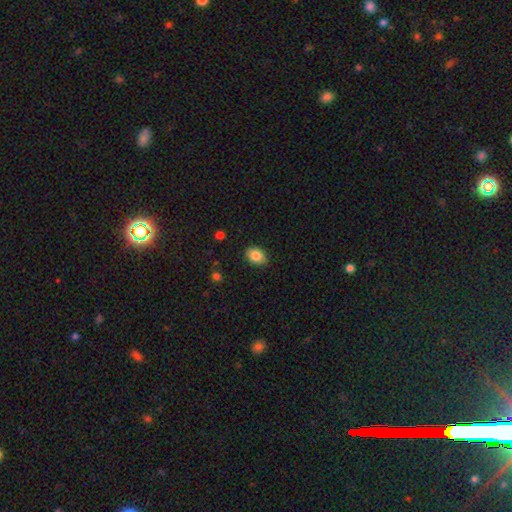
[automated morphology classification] This is clearly a smooth galaxy (84%). How rounded: likely in between (69%). Merging: clearly none (88%).